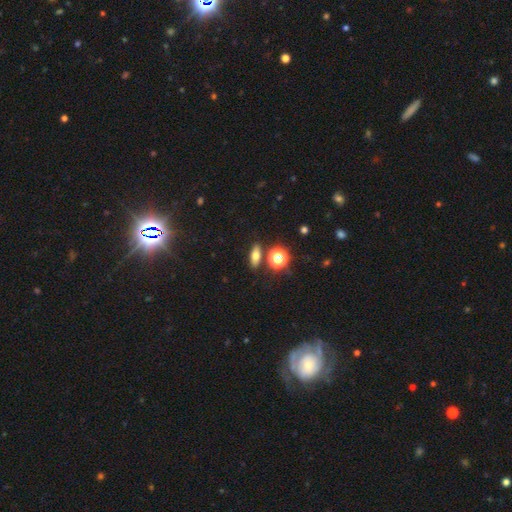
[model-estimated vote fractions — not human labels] Smooth or featured: smooth — 64% (featured or disk — 21%)
How rounded: in between — 61% (cigar-shaped — 23%)
Merging: none — 83% (minor disturbance — 9%)